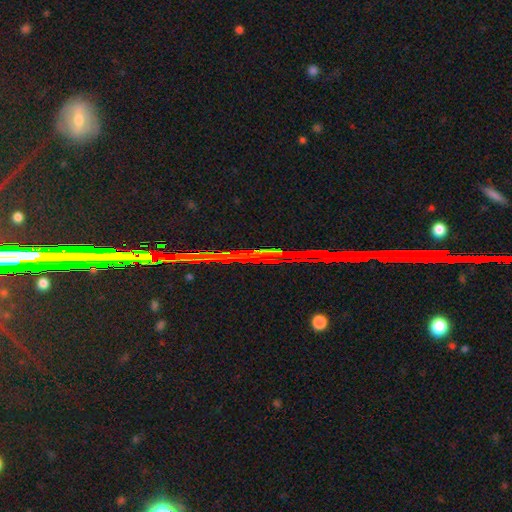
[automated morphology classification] This is clearly a star or artifact rather than a galaxy (81%).